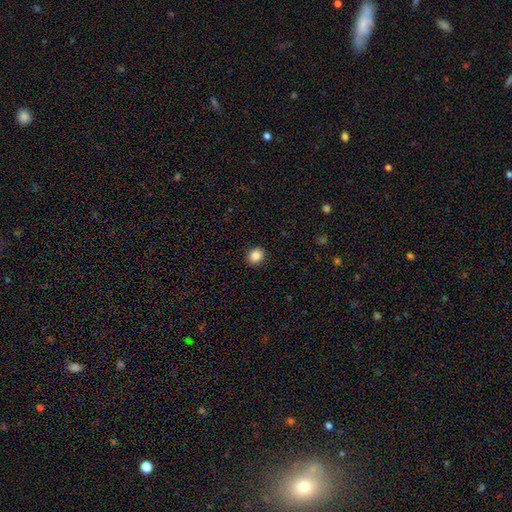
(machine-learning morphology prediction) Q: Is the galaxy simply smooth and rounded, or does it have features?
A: smooth — 86%.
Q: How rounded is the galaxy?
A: round — 73%.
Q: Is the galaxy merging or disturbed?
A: none — 92%.